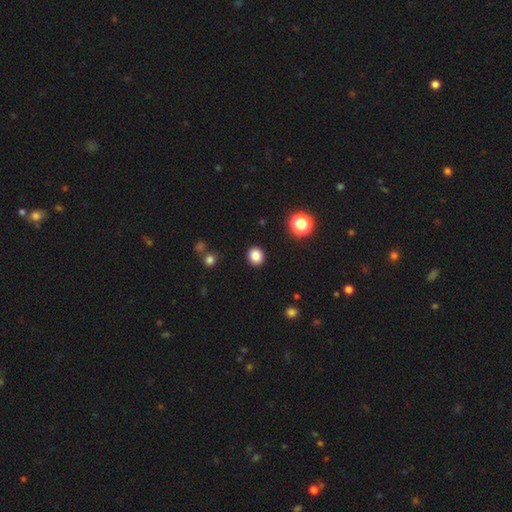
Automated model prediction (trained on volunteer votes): This is clearly a smooth galaxy (85%). How rounded: likely round (79%). Merging: clearly none (91%).